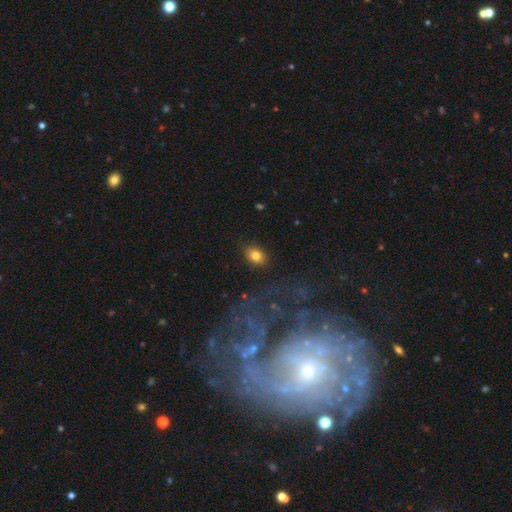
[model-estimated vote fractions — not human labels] Smooth or featured?
  - smooth: 80% *
  - featured or disk: 10%
  - star or artifact: 10%
How rounded?
  - in between: 73% *
  - round: 26%
  - cigar-shaped: 1%
Merging?
  - none: 85% *
  - minor disturbance: 11%
  - major disturbance: 3%
  - merger: 1%